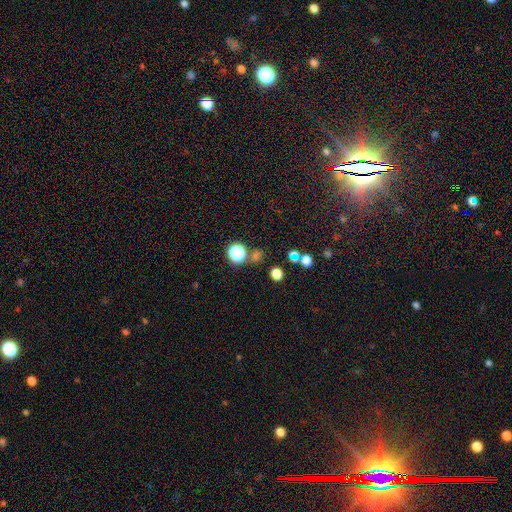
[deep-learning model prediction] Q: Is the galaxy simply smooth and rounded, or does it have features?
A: star or artifact — 46%, tied with smooth.